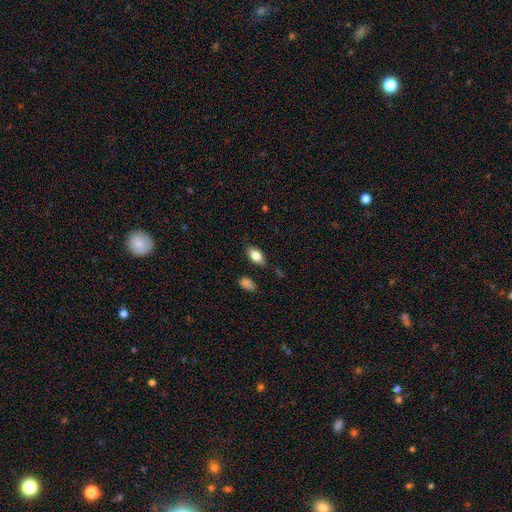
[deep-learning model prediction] Morphology: type=smooth (83%); roundness=in between (89%); merging=none (79%).